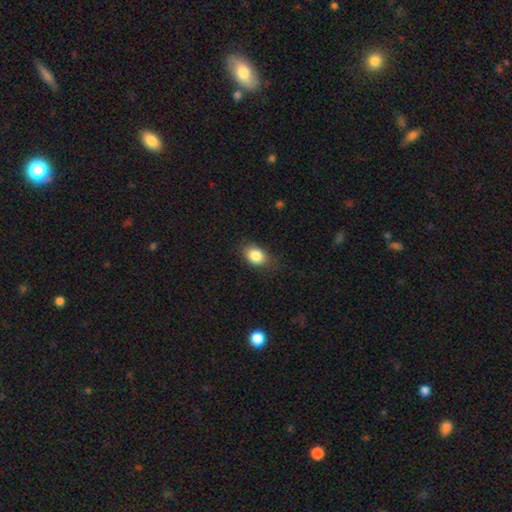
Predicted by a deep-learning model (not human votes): Overall: smooth (85%). How rounded: in between (71%). Merging: none (74%).